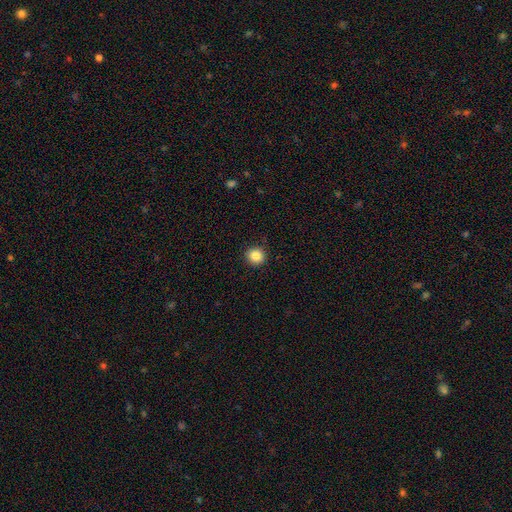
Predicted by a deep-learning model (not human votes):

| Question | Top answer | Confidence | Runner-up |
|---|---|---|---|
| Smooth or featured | smooth | 87% | star or artifact (10%) |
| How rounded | round | 90% | in between (9%) |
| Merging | none | 90% | minor disturbance (7%) |